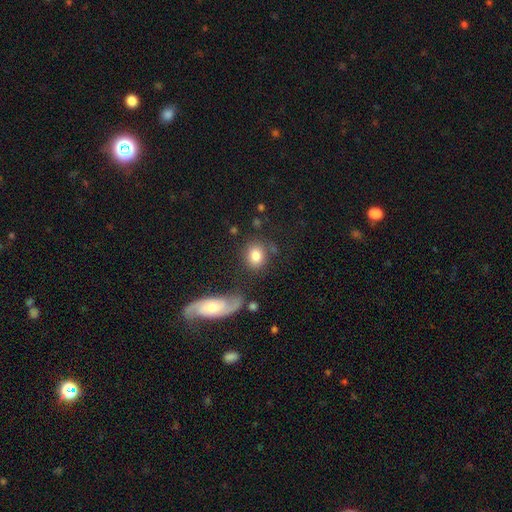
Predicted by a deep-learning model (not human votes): This is clearly a smooth galaxy (81%). How rounded: possibly round (54%). Merging: likely none (71%).